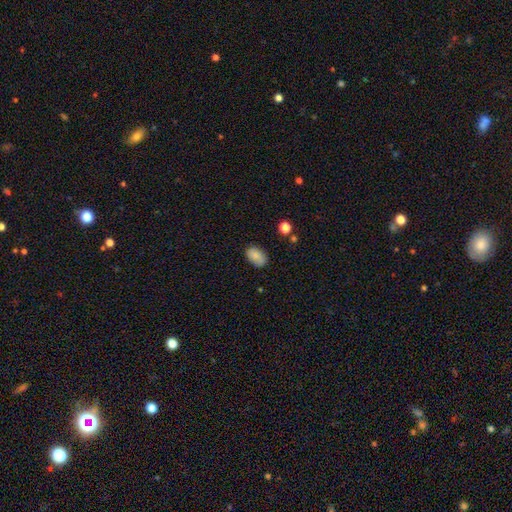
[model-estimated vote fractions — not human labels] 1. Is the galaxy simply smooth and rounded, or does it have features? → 85% smooth, 9% star or artifact, 6% featured or disk.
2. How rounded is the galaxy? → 87% in between, 11% round, 1% cigar-shaped.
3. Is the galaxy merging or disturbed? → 75% none, 19% minor disturbance, 4% major disturbance, 2% merger.